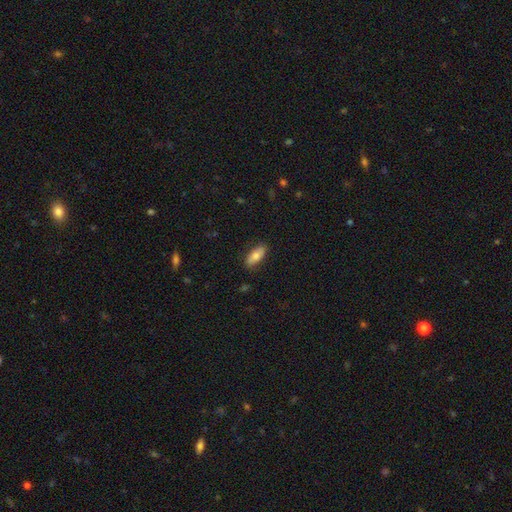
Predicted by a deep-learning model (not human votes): A smooth galaxy with no disk features (77%) that is in between round and cigar-shaped (81%).

Vote fractions:
- Smooth or featured? smooth: 77% / featured or disk: 16% / star or artifact: 6%
- How rounded? in between: 81% / cigar-shaped: 16% / round: 2%
- Merging? none: 85% / minor disturbance: 12% / major disturbance: 2% / merger: 1%